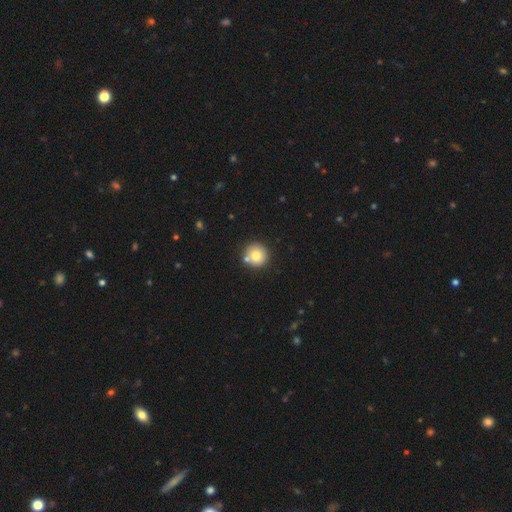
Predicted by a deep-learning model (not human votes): Q: Smooth or featured?
A: smooth (78%); runner-up: featured or disk (12%)
Q: How rounded?
A: round (95%); runner-up: in between (4%)
Q: Merging?
A: none (77%); runner-up: merger (12%)